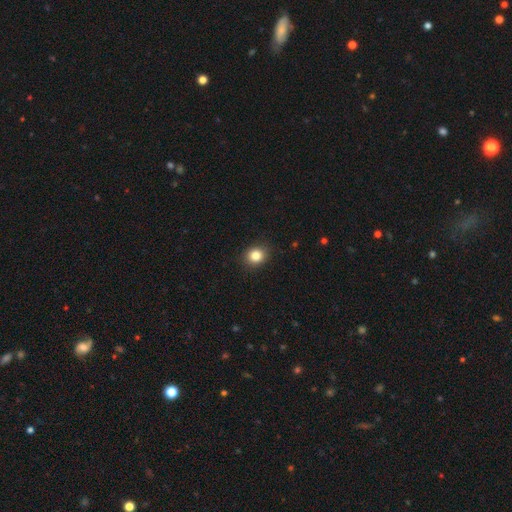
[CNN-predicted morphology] The model was most divided on "how rounded": round: 73%, in between: 26%, cigar-shaped: 1%. More confident: merging — none (88%); smooth or featured — smooth (84%).